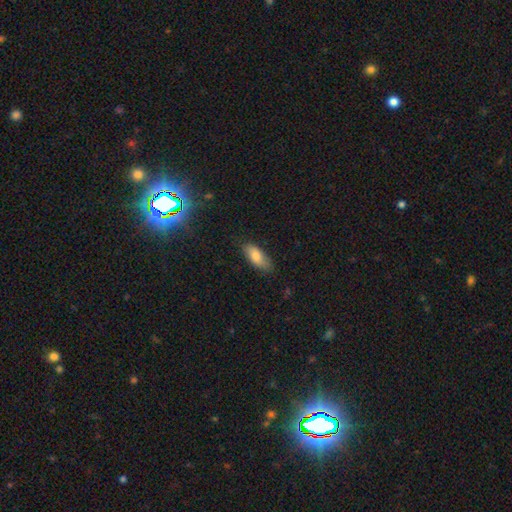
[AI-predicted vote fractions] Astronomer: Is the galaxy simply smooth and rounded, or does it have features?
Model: smooth — 79%.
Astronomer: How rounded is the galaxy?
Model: in between — 82%.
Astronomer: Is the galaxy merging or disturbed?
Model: none — 78%.